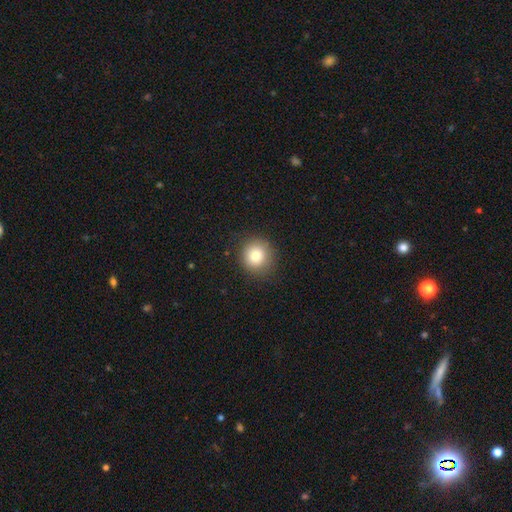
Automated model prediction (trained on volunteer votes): This appears to be a smooth galaxy with no disk features (82%) that is round (90%). Merging: none (87%).